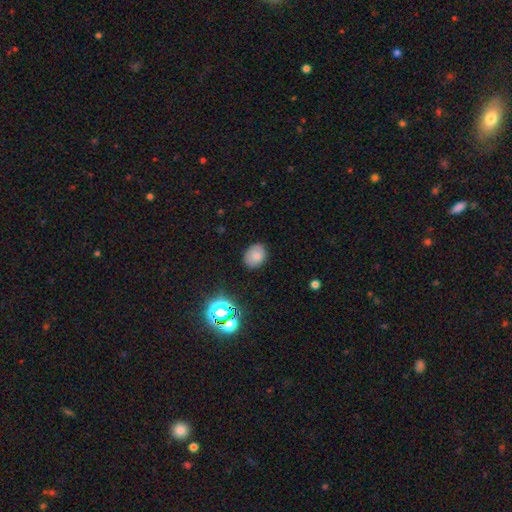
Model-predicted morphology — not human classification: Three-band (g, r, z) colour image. It shows a smooth galaxy with no disk features (78%) that is in between round and cigar-shaped (54%). Merging: none (82%).